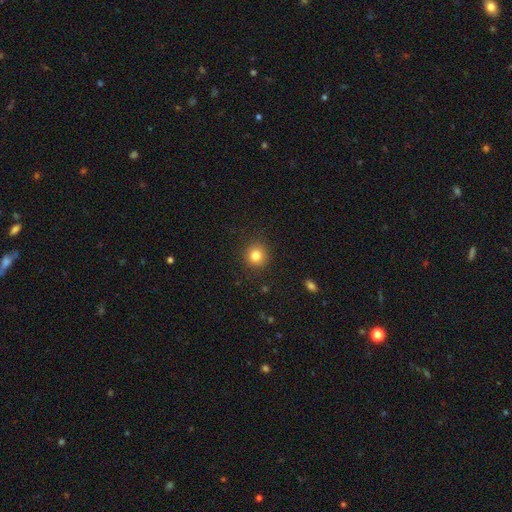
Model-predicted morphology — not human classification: Smooth or featured? Predicted: smooth (p=0.82). How rounded? Predicted: round (p=0.92). Merging? Predicted: none (p=0.90).